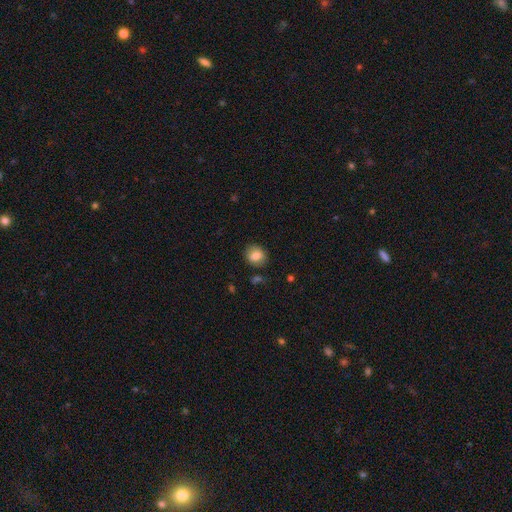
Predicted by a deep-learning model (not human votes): A smooth galaxy with no disk features (80%) that is round (67%).

Vote fractions:
- Smooth or featured? smooth: 80% / featured or disk: 11% / star or artifact: 9%
- How rounded? round: 67% / in between: 32% / cigar-shaped: 1%
- Merging? none: 83% / minor disturbance: 11% / major disturbance: 3% / merger: 2%